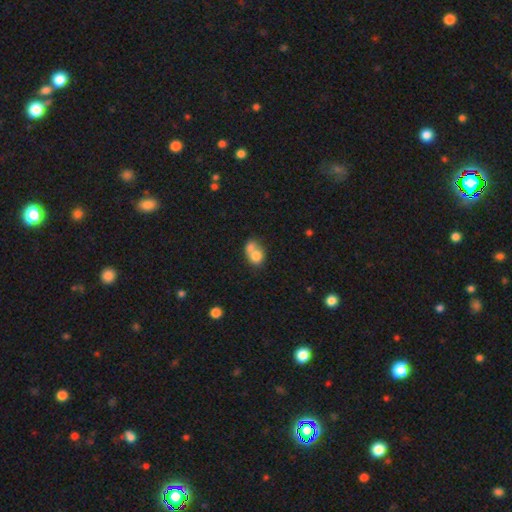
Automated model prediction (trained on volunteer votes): Smooth or featured: smooth — 74% (featured or disk — 17%)
How rounded: round — 58% (in between — 41%)
Merging: merger — 64% (none — 23%)